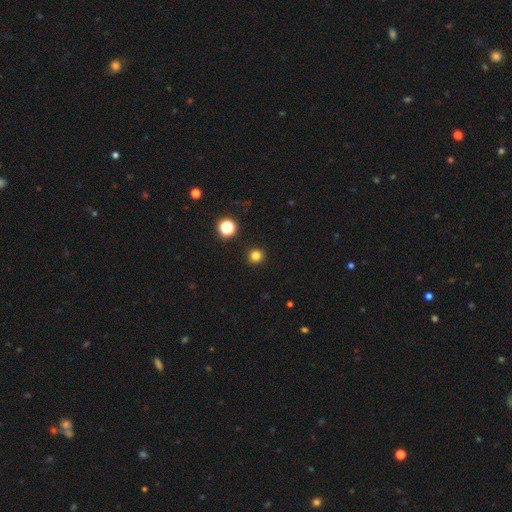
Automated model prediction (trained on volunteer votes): Overall: smooth (81%). How rounded: round (94%). Merging: none (93%).